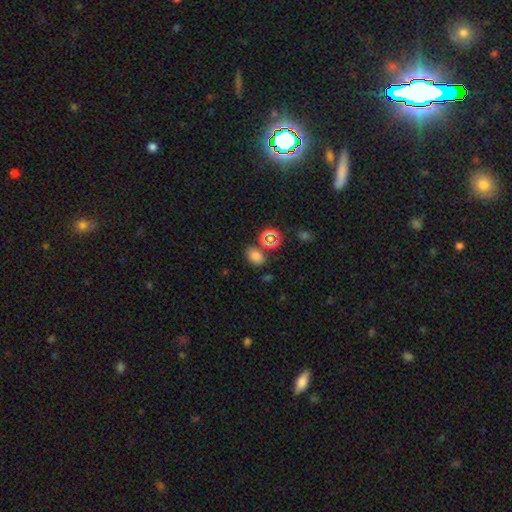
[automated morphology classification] smooth-or-featured: smooth: 72% | star or artifact: 21% | featured or disk: 7%
  how-rounded: in between: 71% | round: 27% | cigar-shaped: 1%
  merging: none: 74% | minor disturbance: 12% | merger: 10% | major disturbance: 4%